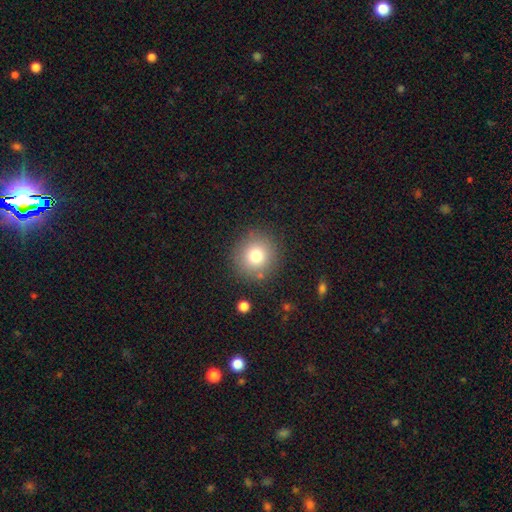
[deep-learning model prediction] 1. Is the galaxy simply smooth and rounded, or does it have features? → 78% smooth, 12% star or artifact, 10% featured or disk.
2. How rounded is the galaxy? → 93% round, 6% in between, 1% cigar-shaped.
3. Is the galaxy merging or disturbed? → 86% none, 8% minor disturbance, 3% major disturbance, 3% merger.